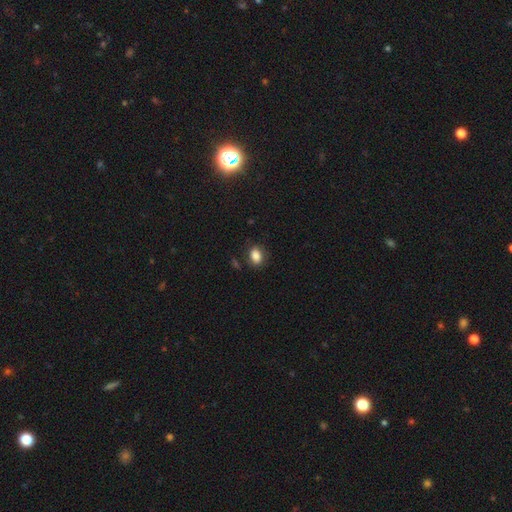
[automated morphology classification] The model was most divided on "how rounded": in between: 72%, round: 26%, cigar-shaped: 1%. More confident: smooth or featured — smooth (85%); merging — none (80%).